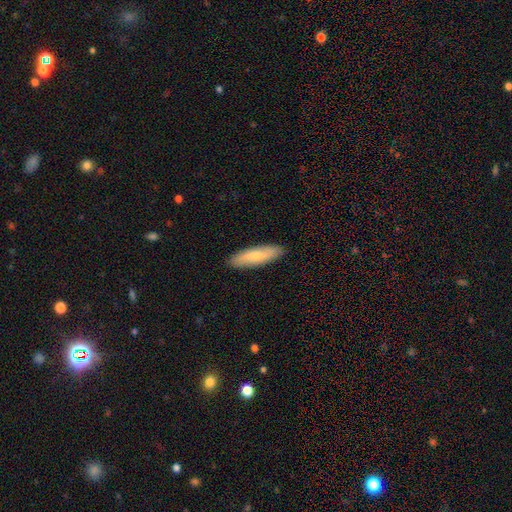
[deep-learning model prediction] smooth_or_featured: smooth (p=0.72) [alt: featured or disk p=0.23]
how_rounded: cigar-shaped (p=0.61) [alt: in between p=0.37]
merging: none (p=0.90) [alt: minor disturbance p=0.08]